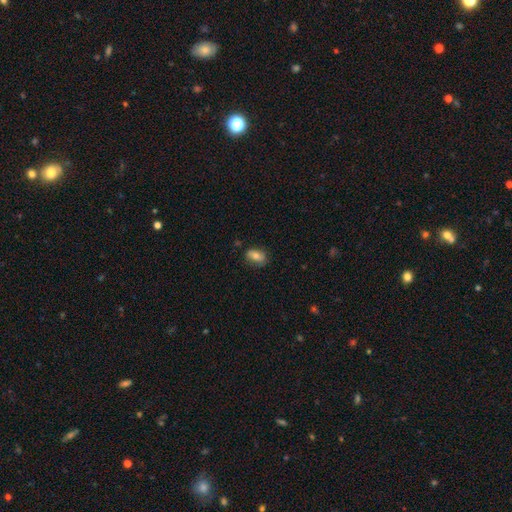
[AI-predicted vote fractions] A smooth galaxy with no disk features (73%) that is in between round and cigar-shaped (85%).

Vote fractions:
- Smooth or featured? smooth: 73% / featured or disk: 19% / star or artifact: 9%
- How rounded? in between: 85% / round: 12% / cigar-shaped: 3%
- Merging? none: 77% / minor disturbance: 18% / major disturbance: 3% / merger: 1%